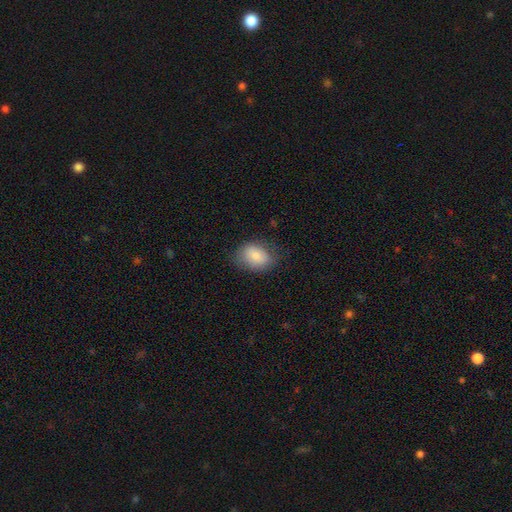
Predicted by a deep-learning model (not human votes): Smooth or featured? Predicted: smooth (p=0.80). How rounded? Predicted: in between (p=0.65). Merging? Predicted: none (p=0.73).